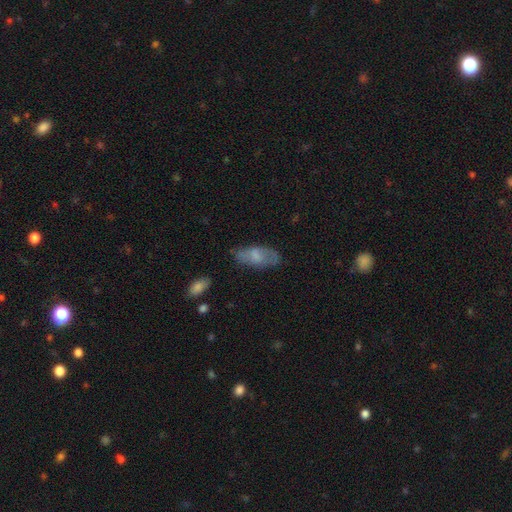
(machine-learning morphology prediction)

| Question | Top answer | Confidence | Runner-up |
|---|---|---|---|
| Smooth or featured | smooth | 62% | featured or disk (31%) |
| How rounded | in between | 86% | cigar-shaped (12%) |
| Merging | none | 66% | minor disturbance (23%) |